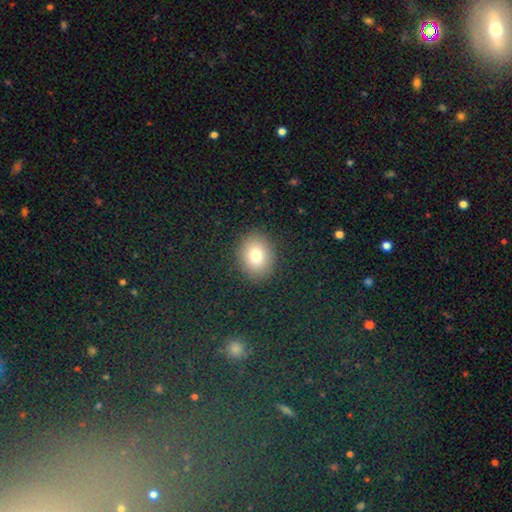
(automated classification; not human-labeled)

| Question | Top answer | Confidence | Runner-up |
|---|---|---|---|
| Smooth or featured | smooth | 78% | star or artifact (12%) |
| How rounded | round | 57% | in between (42%) |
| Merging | none | 88% | minor disturbance (8%) |